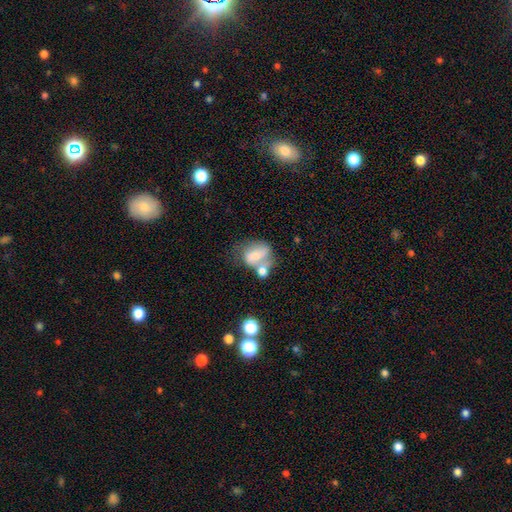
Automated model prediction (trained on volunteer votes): Smooth or featured? smooth (53%)
How rounded? in between (71%)
Merging? merger (43%)